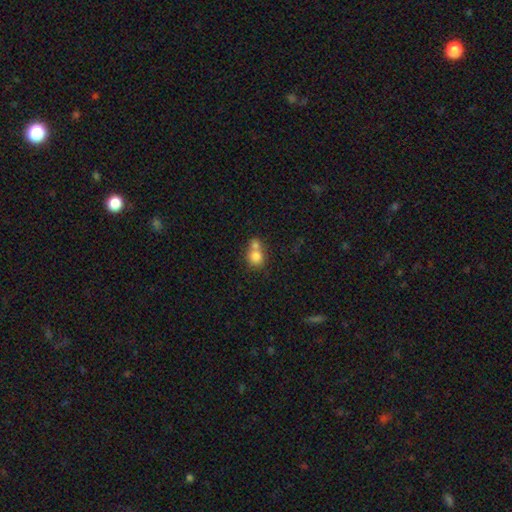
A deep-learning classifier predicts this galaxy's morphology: This is likely a smooth galaxy (79%). How rounded: likely round (76%). Merging: possibly merger (56%).